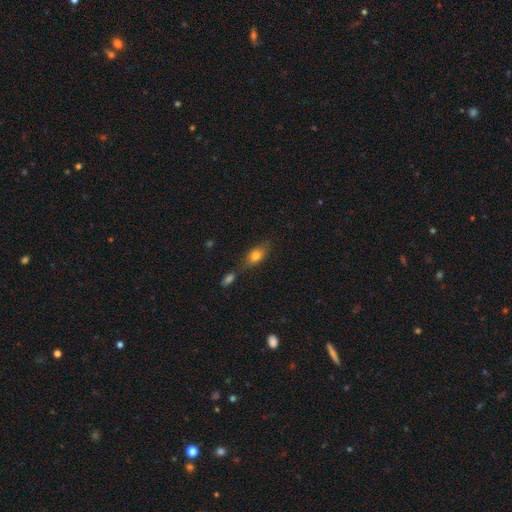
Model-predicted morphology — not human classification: This is likely a smooth galaxy (74%). How rounded: likely in between (78%). Merging: likely none (61%).